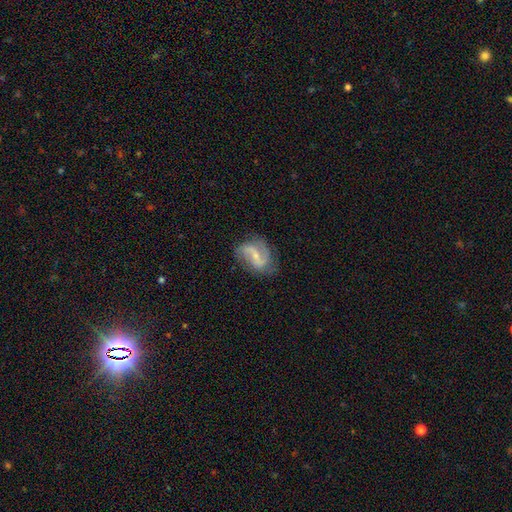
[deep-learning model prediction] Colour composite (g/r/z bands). It shows a featured or disk galaxy (81%) with a weak bar (49%), 2 (81%) loose (47%) spiral arms (93%) and a small central bulge (64%). Merging: none (66%).